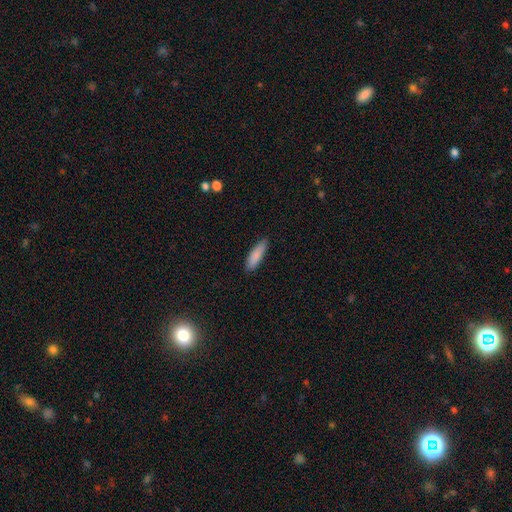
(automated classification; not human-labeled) Q: Smooth or featured?
A: smooth (87%); runner-up: featured or disk (7%)
Q: How rounded?
A: cigar-shaped (57%); runner-up: in between (41%)
Q: Merging?
A: none (85%); runner-up: minor disturbance (12%)